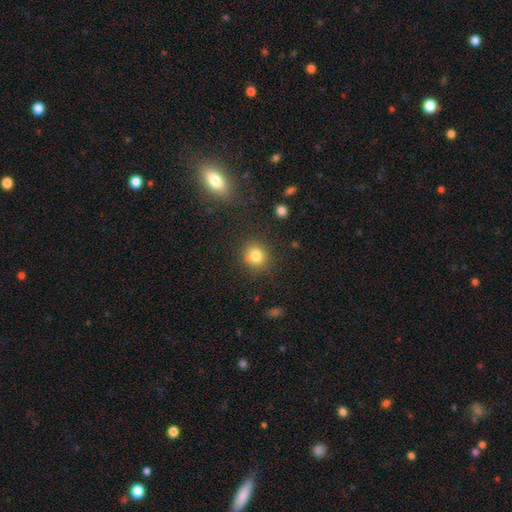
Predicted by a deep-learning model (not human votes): smooth_or_featured: smooth (p=0.79) [alt: star or artifact p=0.13]
how_rounded: round (p=0.84) [alt: in between p=0.15]
merging: none (p=0.77) [alt: minor disturbance p=0.11]